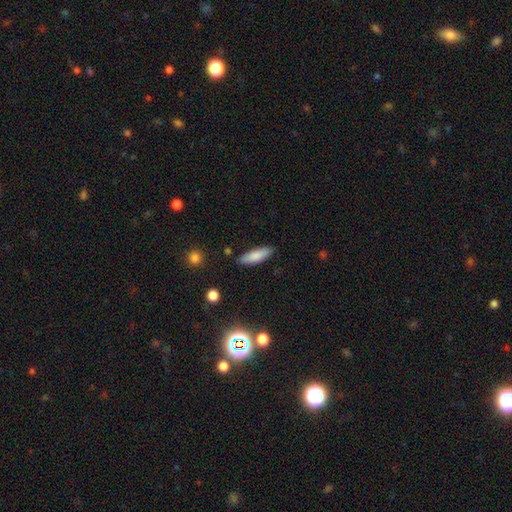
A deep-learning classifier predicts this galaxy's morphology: The model was most divided on "how rounded": cigar-shaped: 50%, in between: 48%, round: 2%. More confident: merging — none (86%); smooth or featured — smooth (83%).